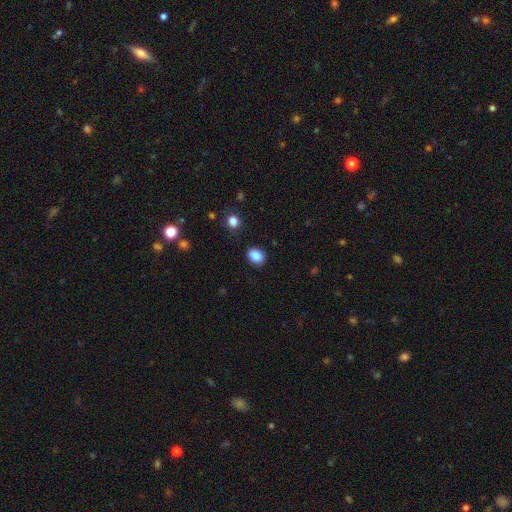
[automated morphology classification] The model was most divided on "how rounded": in between: 60%, round: 39%, cigar-shaped: 1%. More confident: smooth or featured — smooth (86%); merging — none (86%).